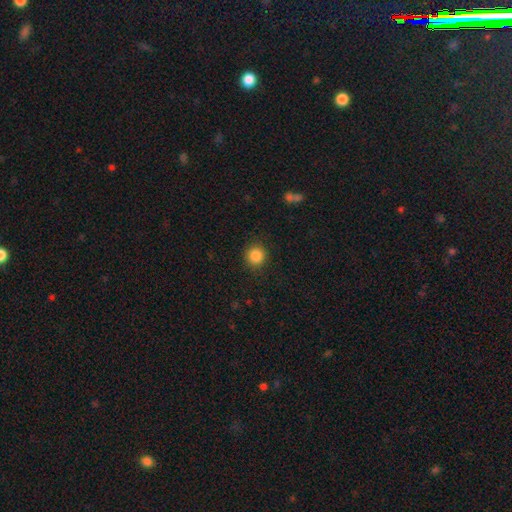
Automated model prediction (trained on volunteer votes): Q: Smooth or featured?
A: smooth (86%); runner-up: star or artifact (10%)
Q: How rounded?
A: round (90%); runner-up: in between (9%)
Q: Merging?
A: none (89%); runner-up: minor disturbance (7%)